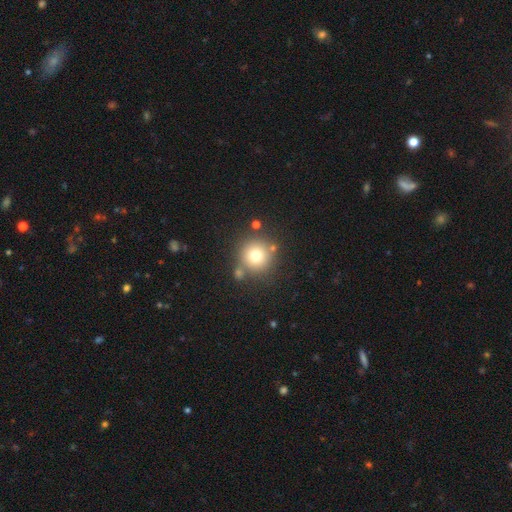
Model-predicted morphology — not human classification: This appears to be a smooth galaxy with no disk features (73%) that is round (94%). Merging: none (77%).